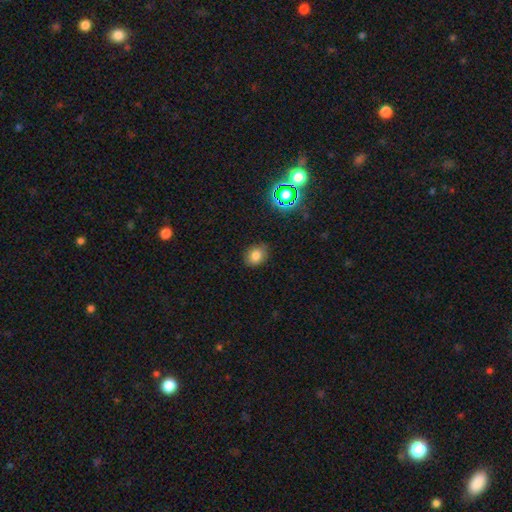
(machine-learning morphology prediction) Smooth or featured?
  - smooth: 79% *
  - star or artifact: 14%
  - featured or disk: 7%
How rounded?
  - round: 50% *
  - in between: 49%
  - cigar-shaped: 1%
Merging?
  - none: 84% *
  - minor disturbance: 12%
  - major disturbance: 3%
  - merger: 1%